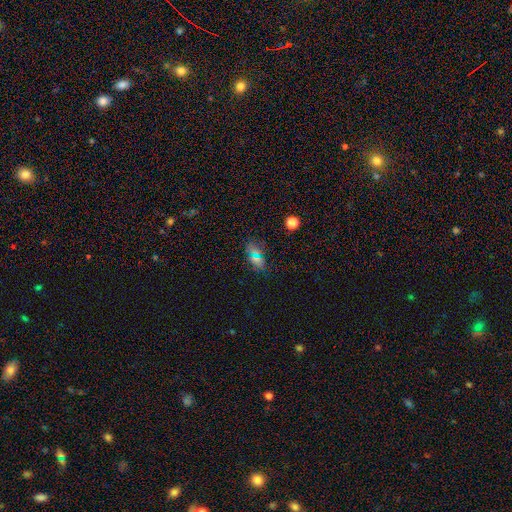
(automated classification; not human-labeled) Smooth or featured: smooth — 43% (star or artifact — 42%)
Merging: none — 72% (minor disturbance — 14%)